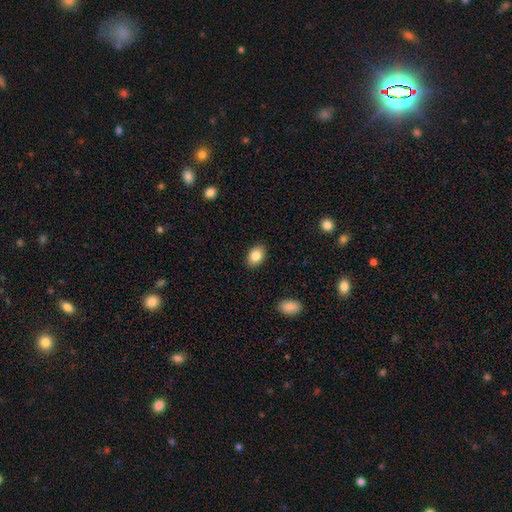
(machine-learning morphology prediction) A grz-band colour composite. It shows a smooth galaxy with no disk features (85%) that is in between round and cigar-shaped (81%). Merging: none (89%).